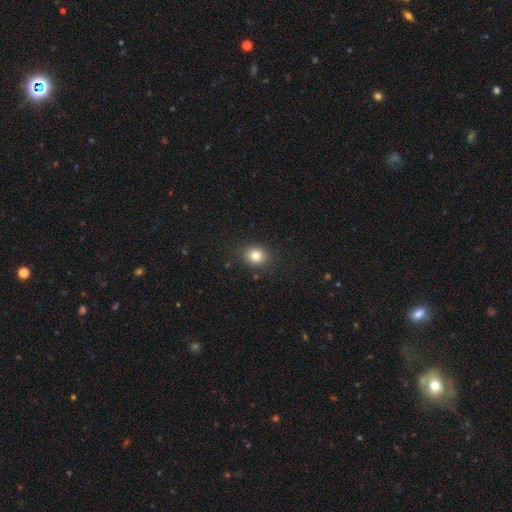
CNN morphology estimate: smooth-or-featured: smooth: 81% | star or artifact: 11% | featured or disk: 7%
  how-rounded: round: 65% | in between: 34% | cigar-shaped: 1%
  merging: none: 87% | minor disturbance: 9% | major disturbance: 3% | merger: 1%